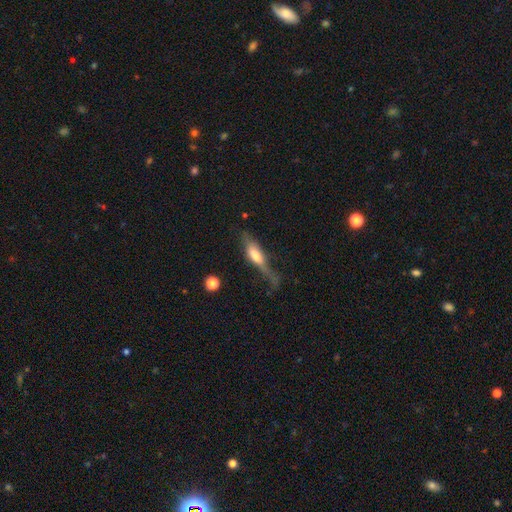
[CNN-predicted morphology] smooth 48%, featured or disk 44%, star or artifact 8%. Down the decision tree: merging — major disturbance (38%).